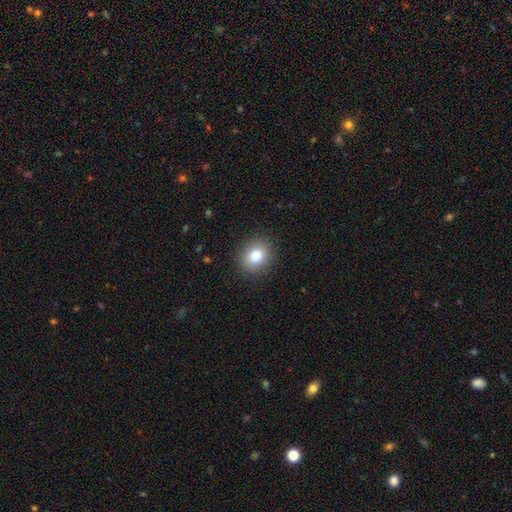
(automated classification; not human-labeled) This is clearly a smooth galaxy (82%). How rounded: likely round (68%). Merging: clearly none (90%).